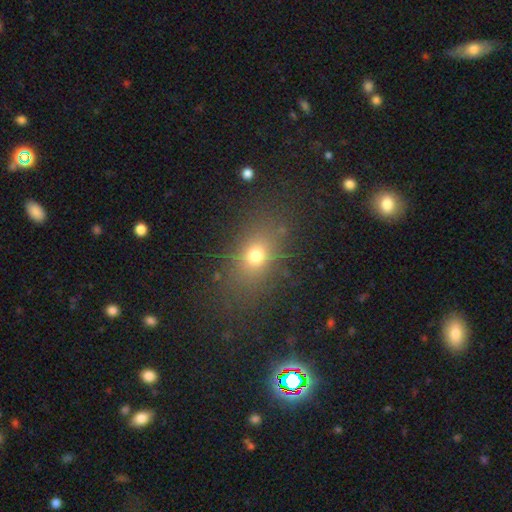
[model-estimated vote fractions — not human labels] smooth 70%, star or artifact 18%, featured or disk 12%. Down the decision tree: how rounded — in between (66%); merging — none (79%).